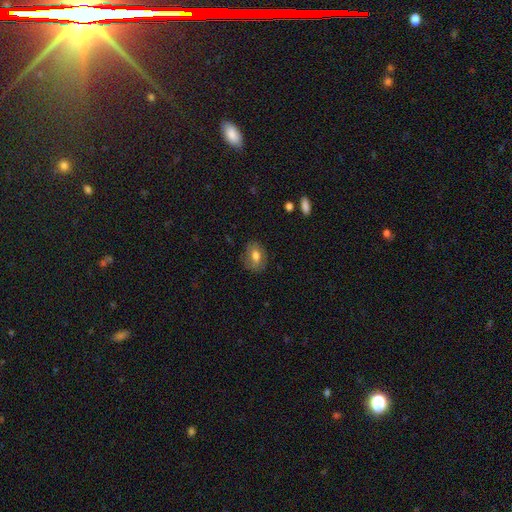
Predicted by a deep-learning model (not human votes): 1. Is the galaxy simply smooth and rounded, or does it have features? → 65% smooth, 26% featured or disk, 9% star or artifact.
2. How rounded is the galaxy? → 63% in between, 36% round, 2% cigar-shaped.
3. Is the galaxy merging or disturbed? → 78% none, 16% minor disturbance, 5% major disturbance, 1% merger.